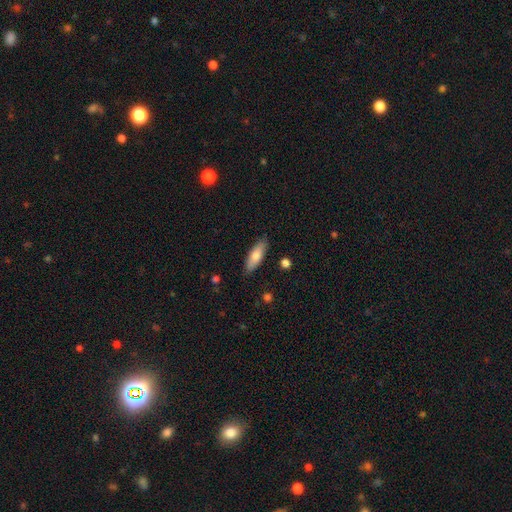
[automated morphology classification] The model was most divided on "how rounded": in between: 60%, cigar-shaped: 37%, round: 2%. More confident: merging — none (85%); smooth or featured — smooth (75%).